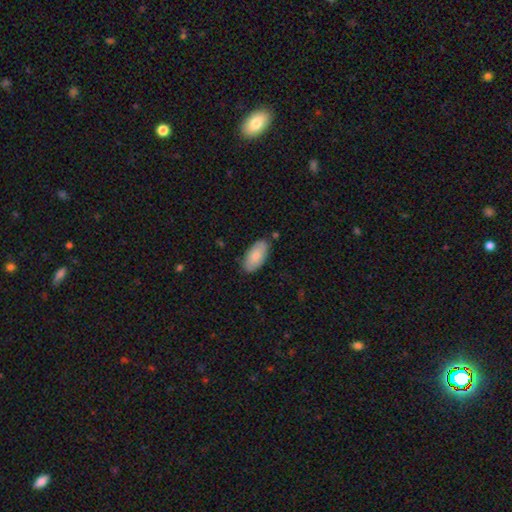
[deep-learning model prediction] Morphology: type=smooth (82%); roundness=in between (93%); merging=none (82%).